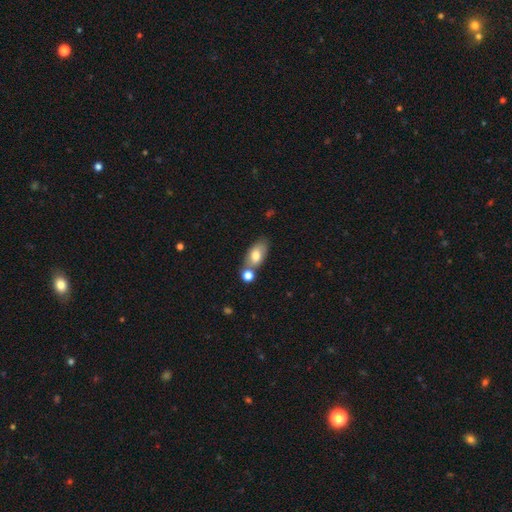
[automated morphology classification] This appears to be a smooth galaxy with no disk features (73%) that is in between round and cigar-shaped (88%). Merging: none (53%).